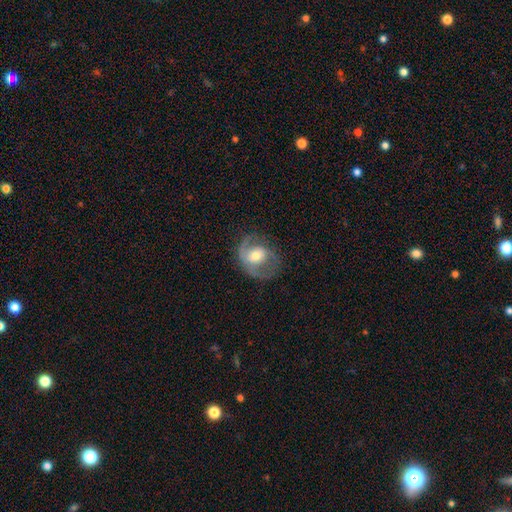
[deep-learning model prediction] Smooth or featured? featured or disk (64%)
Edge-on disk? no (96%)
Bar? no (56%)
Spiral arms? yes (76%)
Bulge size? moderate (63%)
Merging? none (56%)